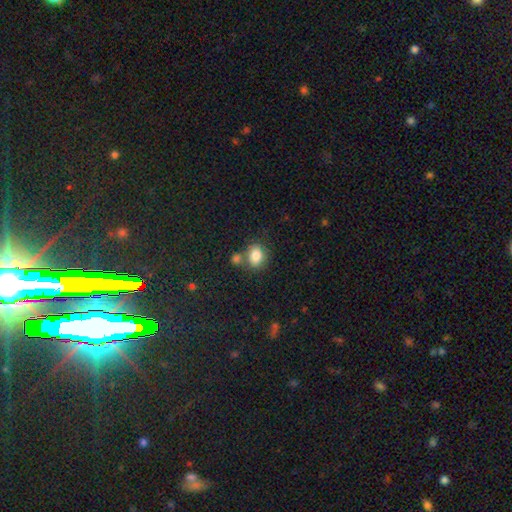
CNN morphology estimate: This is clearly a smooth galaxy (83%). How rounded: likely in between (61%). Merging: possibly none (57%).